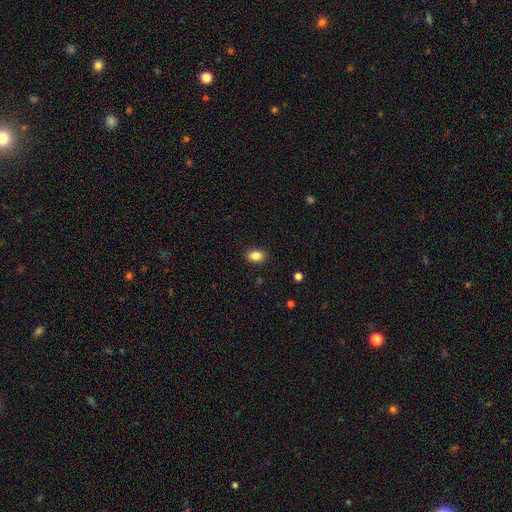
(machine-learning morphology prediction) Smooth or featured? Predicted: smooth (p=0.86). How rounded? Predicted: in between (p=0.74). Merging? Predicted: none (p=0.88).